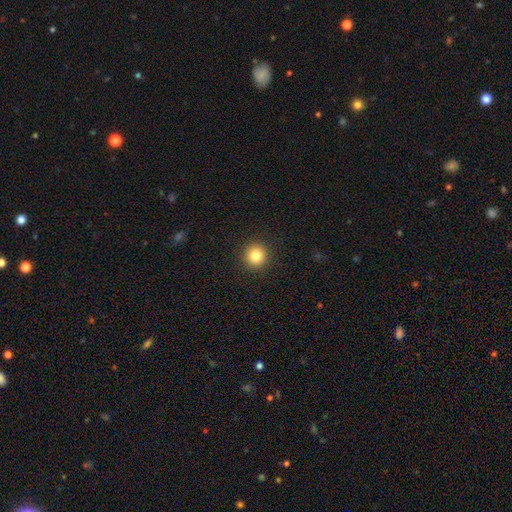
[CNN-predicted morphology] Smooth or featured?
  - smooth: 83% *
  - star or artifact: 11%
  - featured or disk: 6%
How rounded?
  - round: 93% *
  - in between: 6%
  - cigar-shaped: 1%
Merging?
  - none: 92% *
  - minor disturbance: 5%
  - major disturbance: 2%
  - merger: 1%